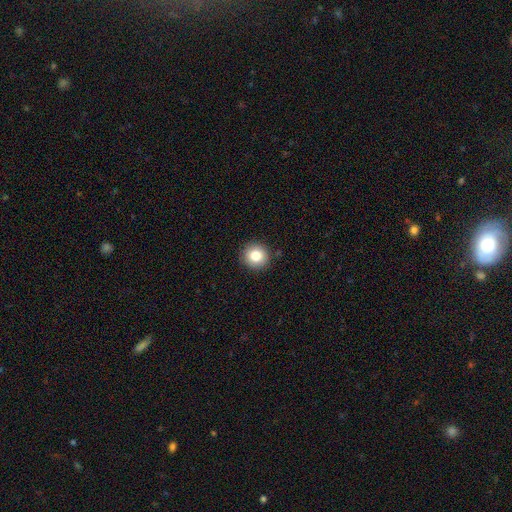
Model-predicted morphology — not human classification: Q: Smooth or featured?
A: smooth (82%); runner-up: star or artifact (10%)
Q: How rounded?
A: round (93%); runner-up: in between (6%)
Q: Merging?
A: none (91%); runner-up: minor disturbance (6%)